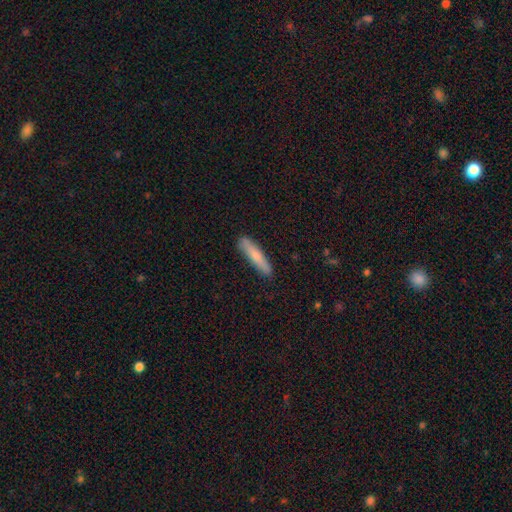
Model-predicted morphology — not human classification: Smooth or featured? smooth (74%)
How rounded? cigar-shaped (87%)
Merging? none (86%)